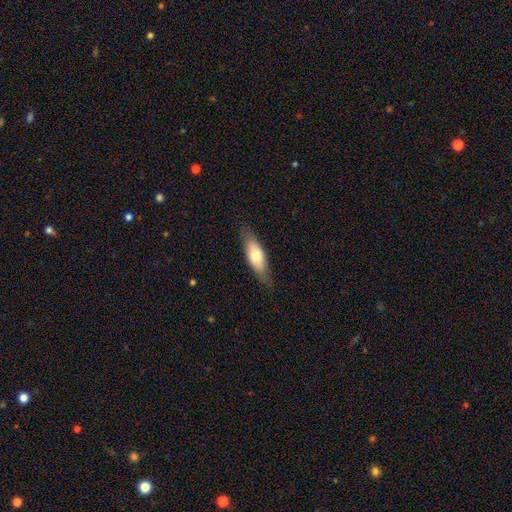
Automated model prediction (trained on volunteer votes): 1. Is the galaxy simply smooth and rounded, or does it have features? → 68% smooth, 26% featured or disk, 6% star or artifact.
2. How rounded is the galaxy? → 64% in between, 33% cigar-shaped, 2% round.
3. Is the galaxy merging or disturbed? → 81% none, 14% minor disturbance, 3% major disturbance, 1% merger.